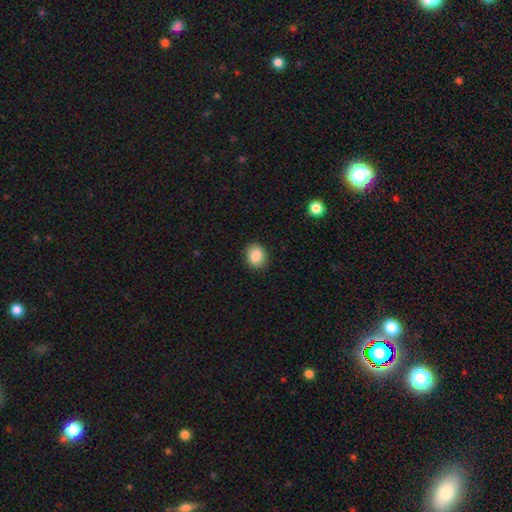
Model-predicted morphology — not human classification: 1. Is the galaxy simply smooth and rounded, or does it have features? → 86% smooth, 8% star or artifact, 5% featured or disk.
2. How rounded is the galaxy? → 62% round, 37% in between, 1% cigar-shaped.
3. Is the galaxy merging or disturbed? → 88% none, 9% minor disturbance, 2% major disturbance, 1% merger.